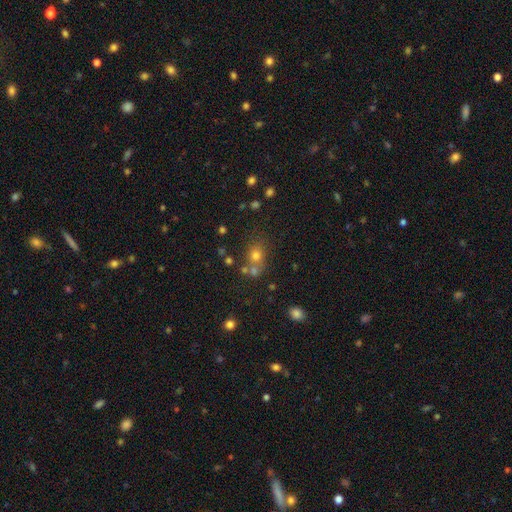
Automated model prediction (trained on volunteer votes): Morphology: type=smooth (64%); roundness=round (73%); merging=none (55%).